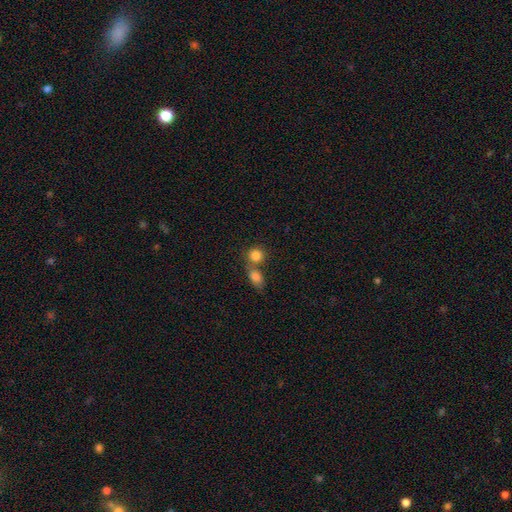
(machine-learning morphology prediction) Smooth or featured?
  - smooth: 83% *
  - star or artifact: 9%
  - featured or disk: 7%
How rounded?
  - round: 77% *
  - in between: 22%
  - cigar-shaped: 1%
Merging?
  - none: 47% *
  - merger: 42%
  - minor disturbance: 8%
  - major disturbance: 3%